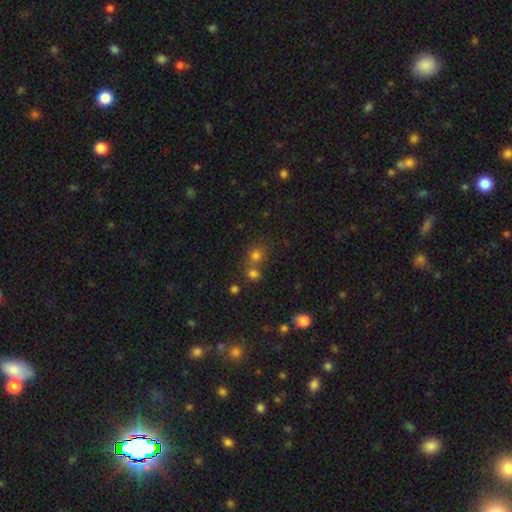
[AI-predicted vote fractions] Smooth or featured?
  - smooth: 70% *
  - star or artifact: 21%
  - featured or disk: 9%
How rounded?
  - round: 76% *
  - in between: 23%
  - cigar-shaped: 1%
Merging?
  - none: 52% *
  - merger: 37%
  - minor disturbance: 8%
  - major disturbance: 3%